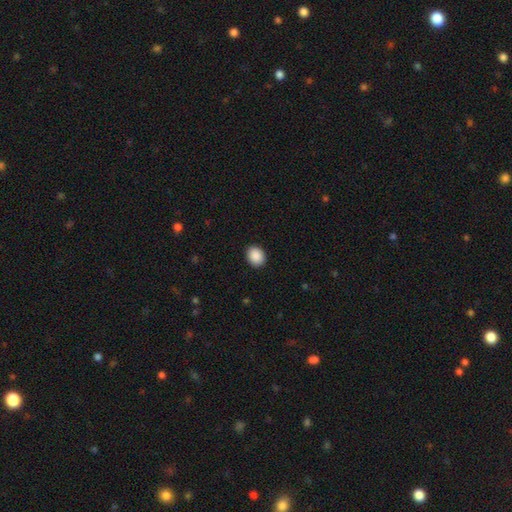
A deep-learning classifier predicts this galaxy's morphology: type=smooth (90%); roundness=round (52%); merging=none (91%).